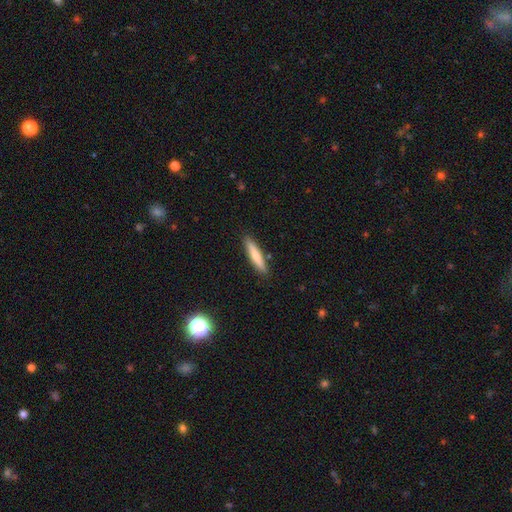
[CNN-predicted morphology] This is likely a smooth galaxy (68%). How rounded: clearly cigar-shaped (87%). Merging: clearly none (88%).